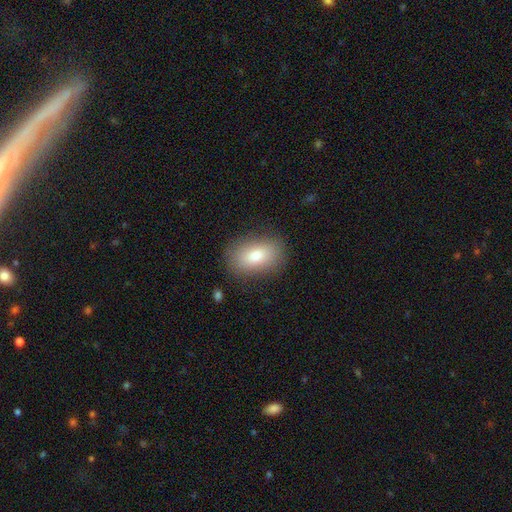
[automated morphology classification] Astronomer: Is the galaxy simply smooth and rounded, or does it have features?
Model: smooth — 79%.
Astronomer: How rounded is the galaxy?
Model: in between — 85%.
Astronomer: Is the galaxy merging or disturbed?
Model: none — 85%.